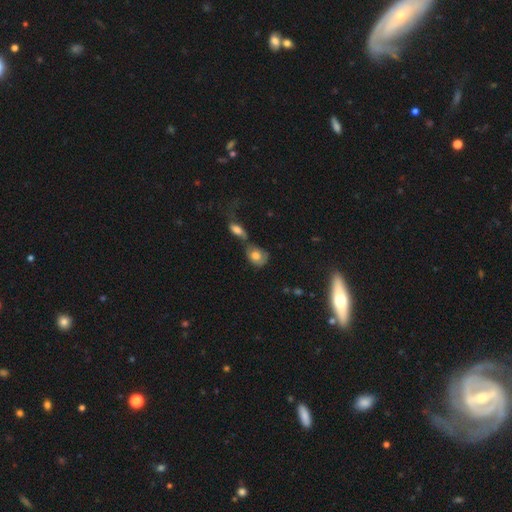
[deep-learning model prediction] This appears to be a smooth galaxy with no disk features (69%) that is in between round and cigar-shaped (61%). Merging: merger (46%).